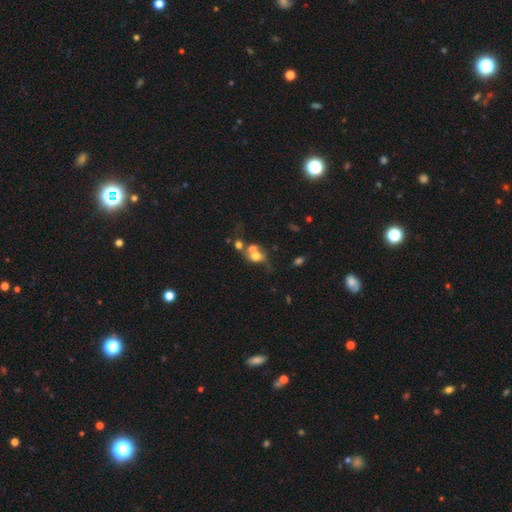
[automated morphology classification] Smooth or featured?
  - smooth: 57% *
  - featured or disk: 28%
  - star or artifact: 15%
How rounded?
  - round: 57% *
  - in between: 41%
  - cigar-shaped: 2%
Merging?
  - merger: 57% *
  - none: 22%
  - major disturbance: 12%
  - minor disturbance: 10%